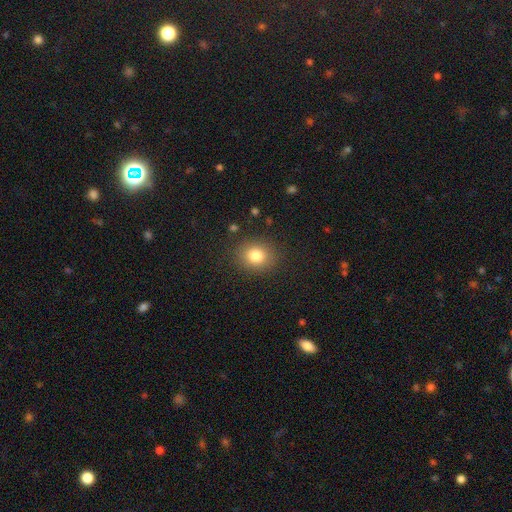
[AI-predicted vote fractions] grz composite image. It shows a smooth galaxy with no disk features (81%) that is round (69%). Merging: none (87%).